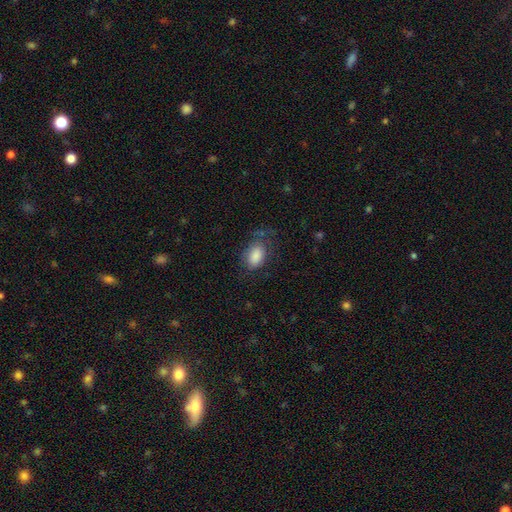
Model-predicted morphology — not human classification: This appears to be a smooth galaxy with no disk features (83%) that is in between round and cigar-shaped (90%). Merging: none (55%).